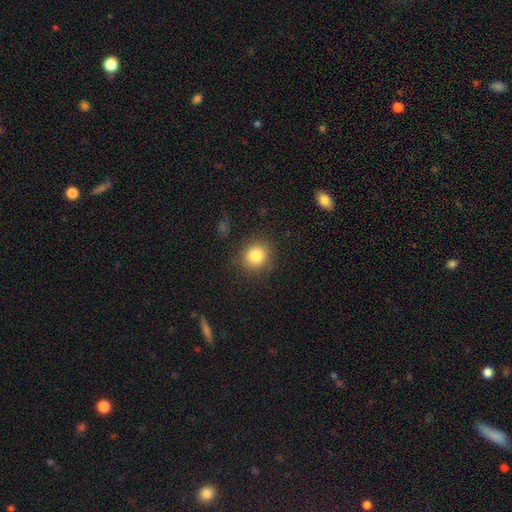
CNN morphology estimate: Smooth or featured: smooth — 84% (star or artifact — 10%)
How rounded: round — 86% (in between — 14%)
Merging: none — 85% (minor disturbance — 10%)